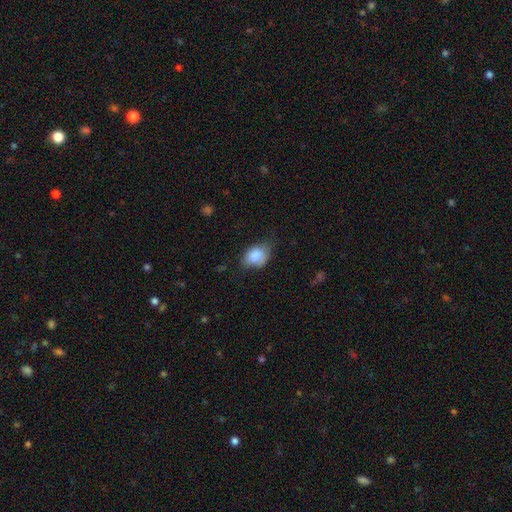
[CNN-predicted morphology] This is clearly a smooth galaxy (84%). How rounded: likely in between (71%). Merging: possibly none (48%).